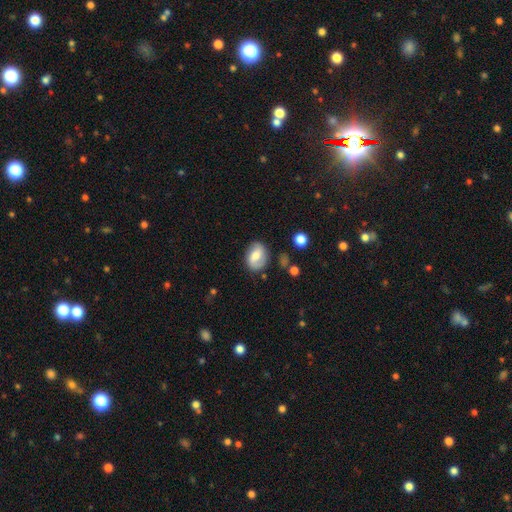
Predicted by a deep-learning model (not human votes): The model was most divided on "smooth or featured": smooth: 49%, featured or disk: 43%, star or artifact: 8%. More confident: merging — none (75%).